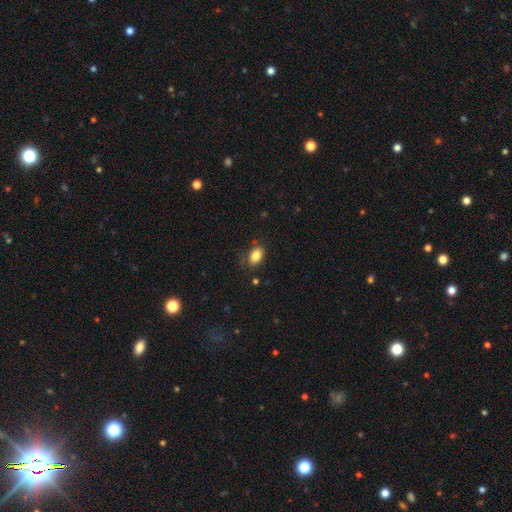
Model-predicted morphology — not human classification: Overall: smooth (84%). How rounded: in between (88%). Merging: none (77%).